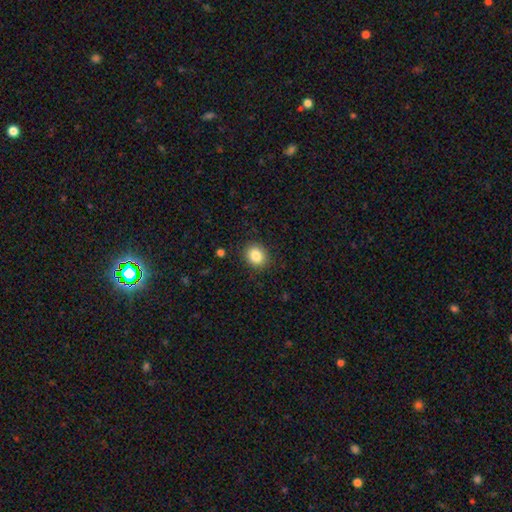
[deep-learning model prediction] Smooth or featured? smooth (85%)
How rounded? round (65%)
Merging? none (88%)